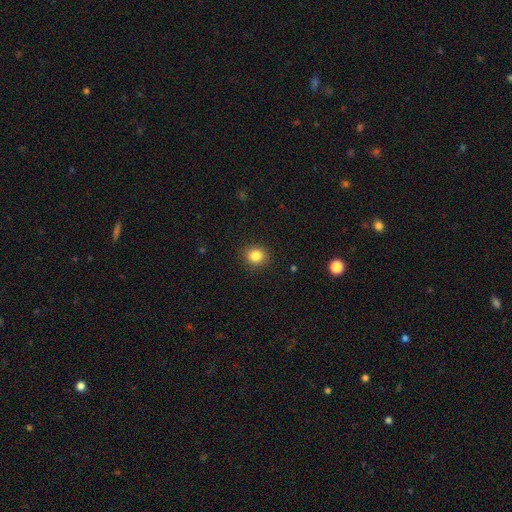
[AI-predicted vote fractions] Smooth or featured? smooth (84%)
How rounded? round (83%)
Merging? none (90%)